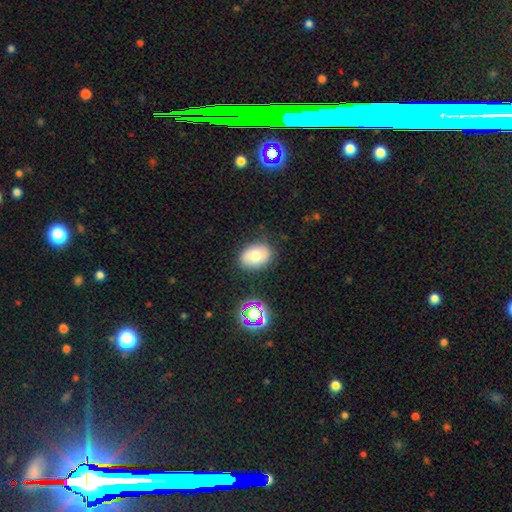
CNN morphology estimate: Q: Smooth or featured?
A: smooth (70%); runner-up: featured or disk (18%)
Q: How rounded?
A: in between (68%); runner-up: round (31%)
Q: Merging?
A: none (80%); runner-up: minor disturbance (14%)